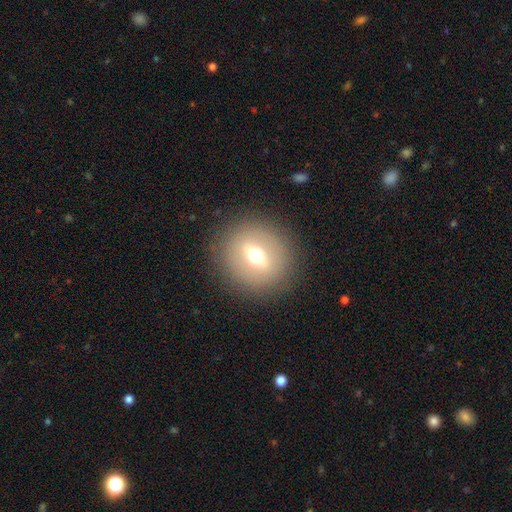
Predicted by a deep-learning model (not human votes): Q: Smooth or featured?
A: smooth (46%); runner-up: featured or disk (41%)
Q: Merging?
A: none (87%); runner-up: minor disturbance (8%)